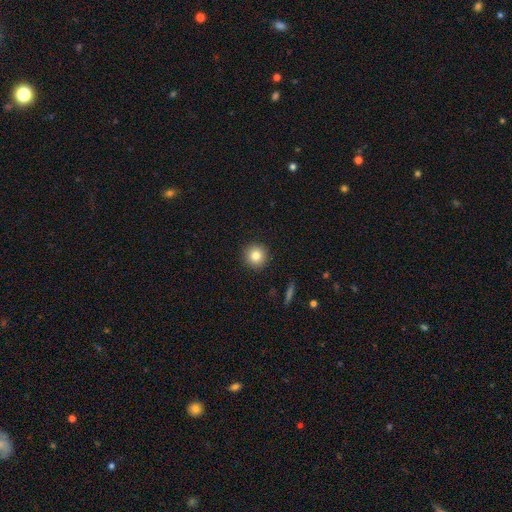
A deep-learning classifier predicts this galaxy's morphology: Smooth or featured? smooth (83%)
How rounded? round (95%)
Merging? none (92%)